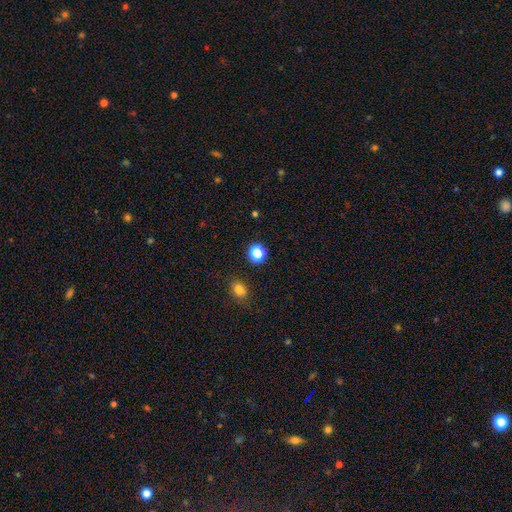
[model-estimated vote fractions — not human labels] The model was most divided on "smooth or featured": smooth: 74%, star or artifact: 22%, featured or disk: 4%. More confident: merging — none (87%); how rounded — round (85%).